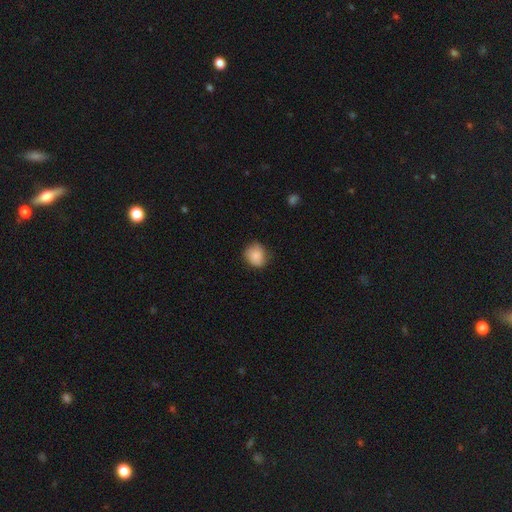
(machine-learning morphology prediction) Smooth or featured? Predicted: smooth (p=0.83). How rounded? Predicted: round (p=0.72). Merging? Predicted: none (p=0.72).